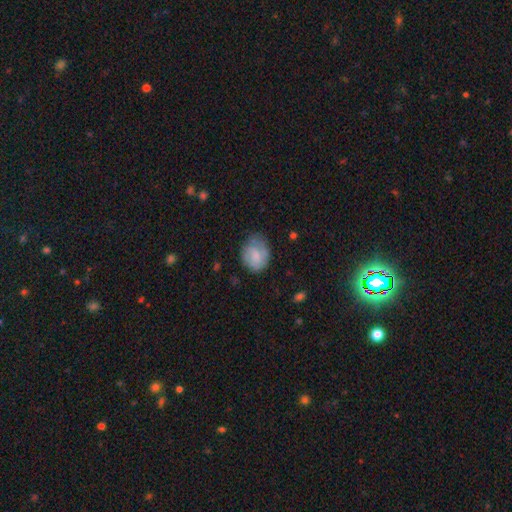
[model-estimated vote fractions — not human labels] This is likely a smooth galaxy (70%). How rounded: possibly round (58%). Merging: possibly none (55%).